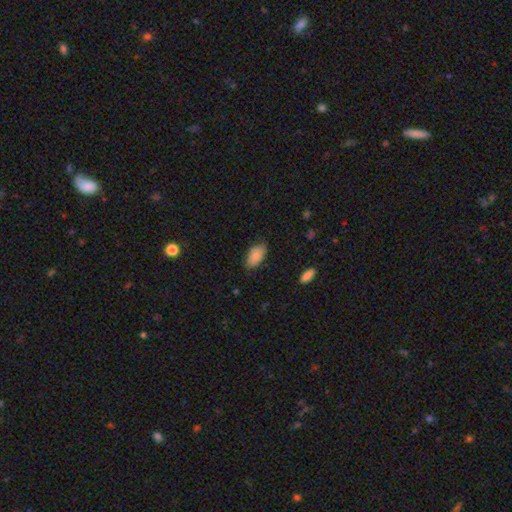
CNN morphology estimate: smooth 87%, star or artifact 7%, featured or disk 6%. Down the decision tree: how rounded — in between (94%); merging — none (77%).